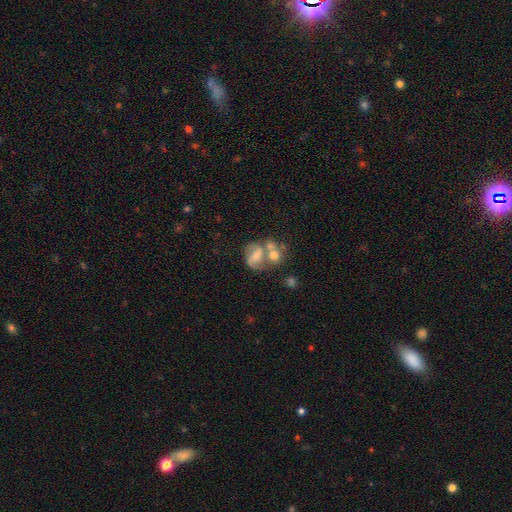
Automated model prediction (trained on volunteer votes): Morphology: type=featured or disk (49%); merging=merger (51%).